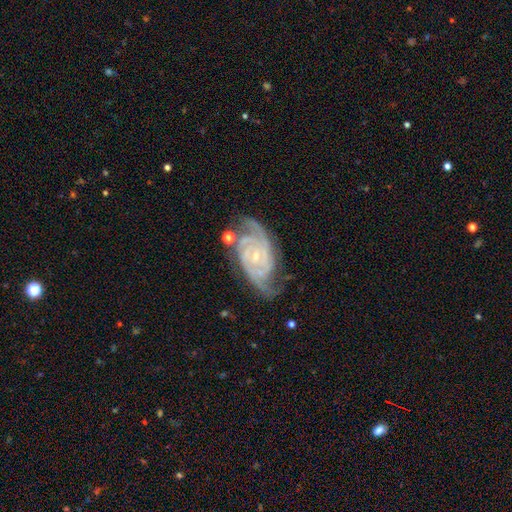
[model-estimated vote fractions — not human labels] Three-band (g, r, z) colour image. It shows a featured or disk galaxy (91%) with no bar (65%), 2 (48%) tight (64%) spiral arms (98%) and a small central bulge (79%). Merging: none (67%).